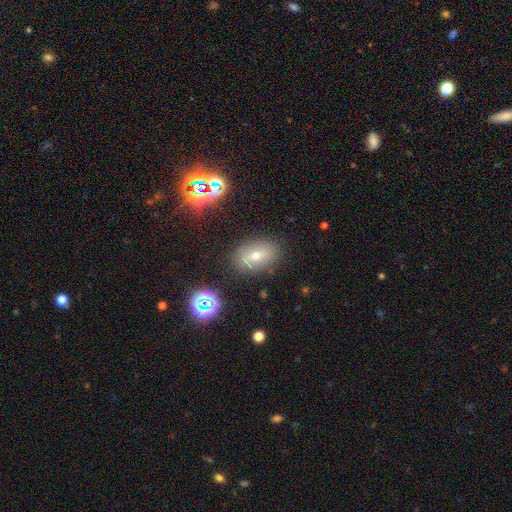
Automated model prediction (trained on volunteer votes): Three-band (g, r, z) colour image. It shows a smooth galaxy with no disk features (55%) that is in between round and cigar-shaped (82%). Merging: none (84%).